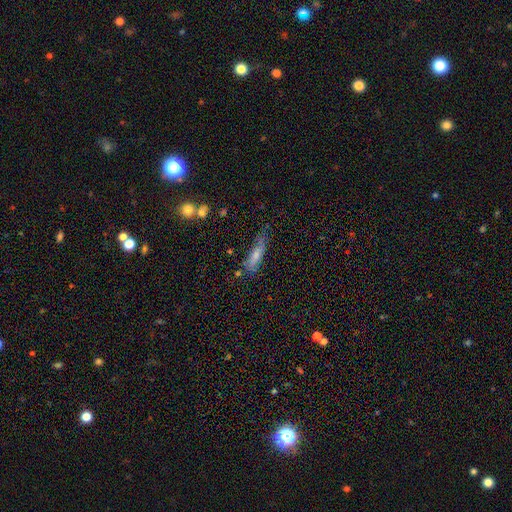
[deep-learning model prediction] Smooth or featured?
  - smooth: 63% *
  - featured or disk: 28%
  - star or artifact: 9%
How rounded?
  - cigar-shaped: 63% *
  - in between: 34%
  - round: 2%
Merging?
  - none: 52% *
  - minor disturbance: 31%
  - major disturbance: 12%
  - merger: 5%